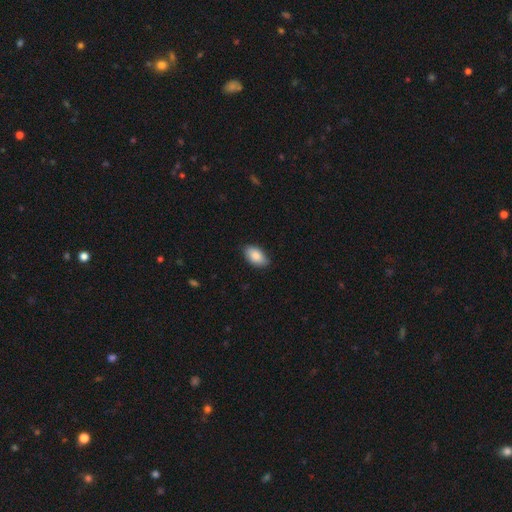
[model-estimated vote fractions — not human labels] Smooth or featured: smooth — 87% (featured or disk — 7%)
How rounded: in between — 94% (round — 5%)
Merging: none — 85% (minor disturbance — 12%)